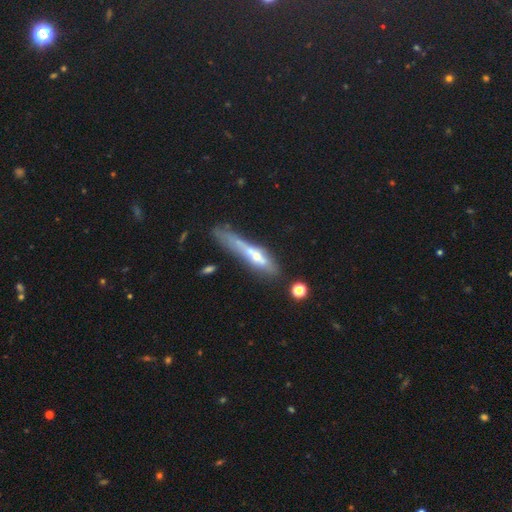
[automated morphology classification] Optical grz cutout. It shows a featured or disk galaxy (53%) viewed edge-on (76%). Merging: none (44%).